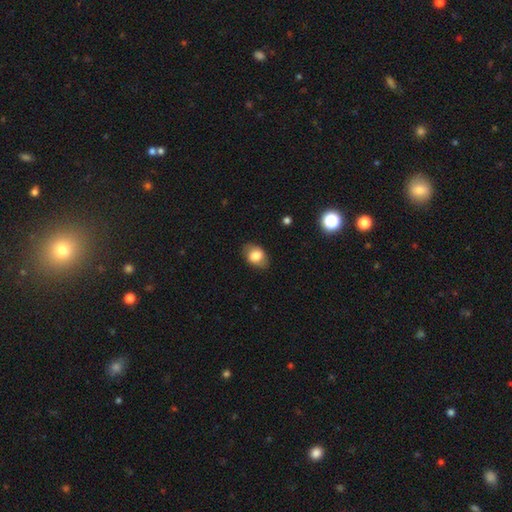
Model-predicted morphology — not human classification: This is likely a smooth galaxy (79%). How rounded: likely in between (77%). Merging: clearly none (81%).